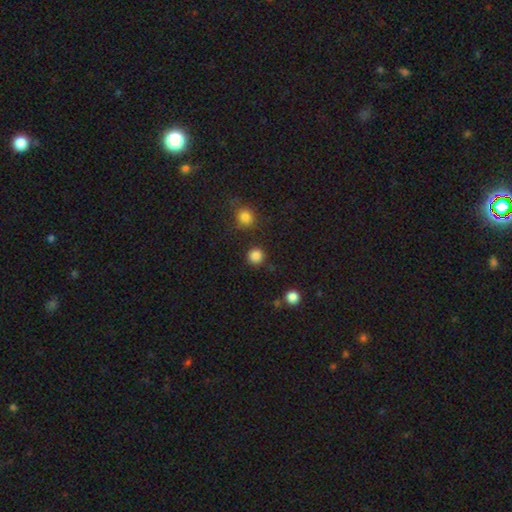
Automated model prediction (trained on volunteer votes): Smooth or featured: smooth — 85% (star or artifact — 12%)
How rounded: round — 94% (in between — 5%)
Merging: none — 88% (minor disturbance — 7%)